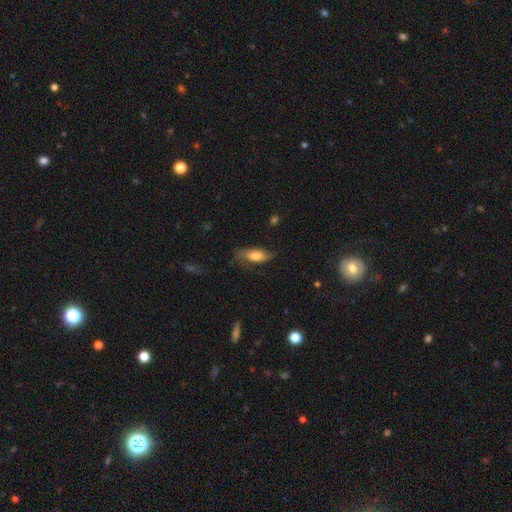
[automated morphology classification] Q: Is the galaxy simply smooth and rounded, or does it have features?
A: smooth — 57%.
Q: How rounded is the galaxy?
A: in between — 77%.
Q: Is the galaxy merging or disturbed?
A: none — 60%.